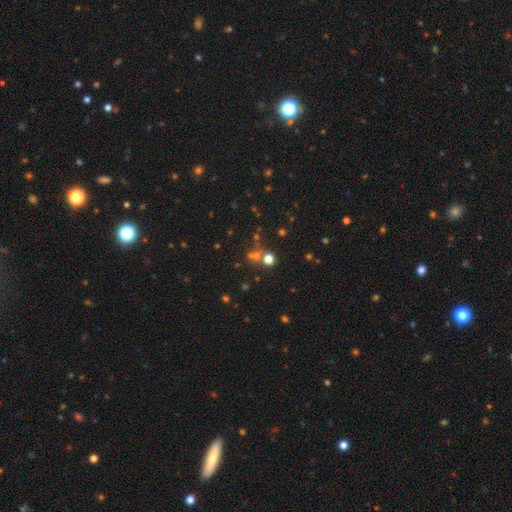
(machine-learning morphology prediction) This appears to be a smooth galaxy with no disk features (44%, tied with star or artifact). Merging: none (59%).